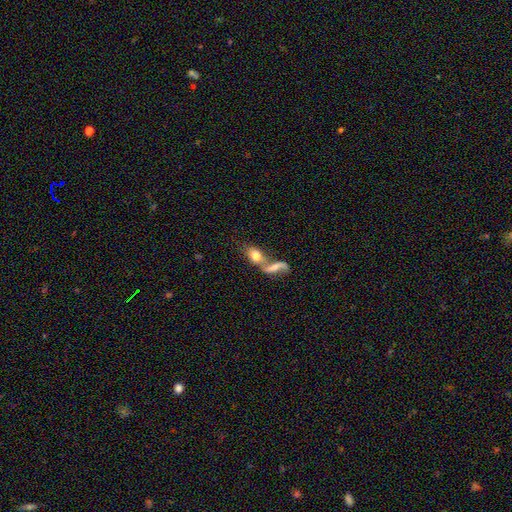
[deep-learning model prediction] Overall: smooth (66%; featured or disk 26%). How rounded: in between (78%). Merging: merger (64%).